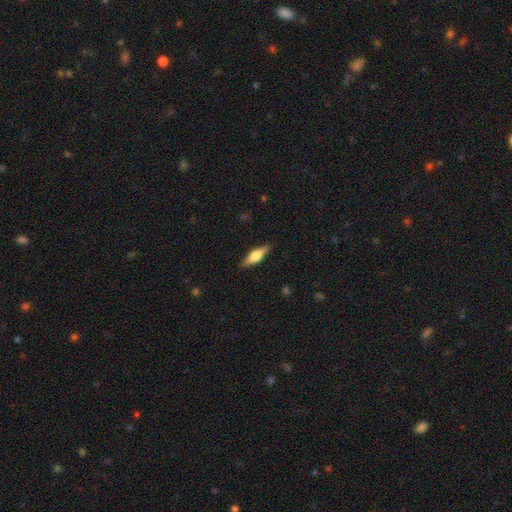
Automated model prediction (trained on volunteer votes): A featured or disk galaxy (50%). Merging: none (88%).